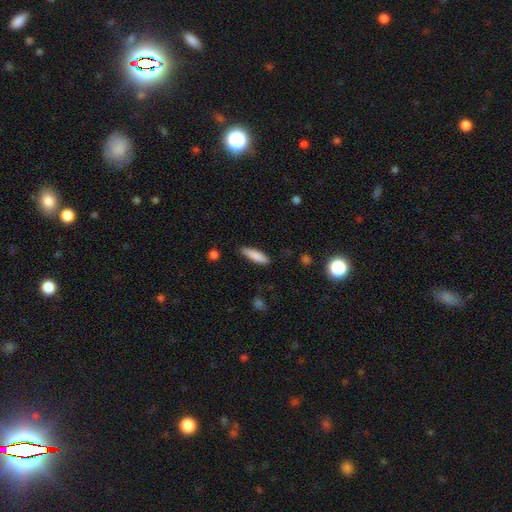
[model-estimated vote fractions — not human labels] smooth-or-featured: smooth: 85% | featured or disk: 9% | star or artifact: 6%
  how-rounded: cigar-shaped: 61% | in between: 37% | round: 2%
  merging: none: 84% | minor disturbance: 12% | major disturbance: 2% | merger: 1%